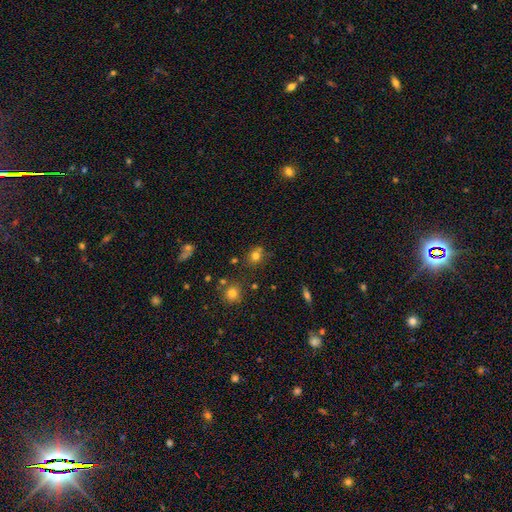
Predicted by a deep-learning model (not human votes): This appears to be a smooth galaxy with no disk features (75%) that is round (71%). Merging: none (70%).